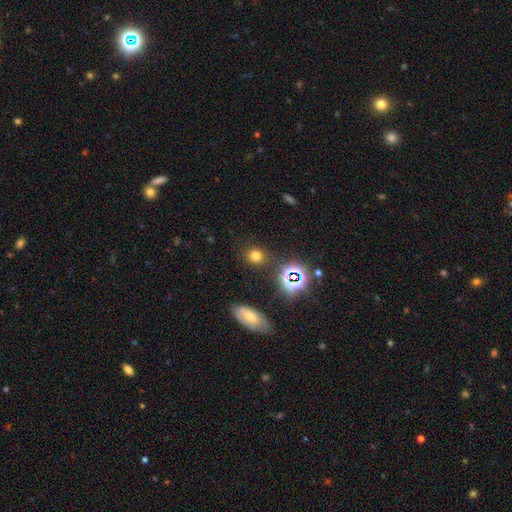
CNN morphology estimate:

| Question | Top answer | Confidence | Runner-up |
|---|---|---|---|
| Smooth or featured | smooth | 68% | star or artifact (24%) |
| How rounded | round | 72% | in between (26%) |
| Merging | none | 84% | minor disturbance (9%) |